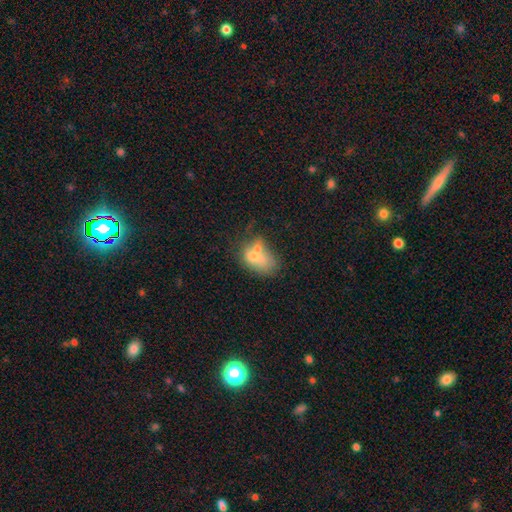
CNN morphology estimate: Smooth or featured?
  - smooth: 62% *
  - featured or disk: 28%
  - star or artifact: 10%
How rounded?
  - in between: 77% *
  - round: 21%
  - cigar-shaped: 2%
Merging?
  - merger: 46% *
  - none: 22%
  - minor disturbance: 17%
  - major disturbance: 15%